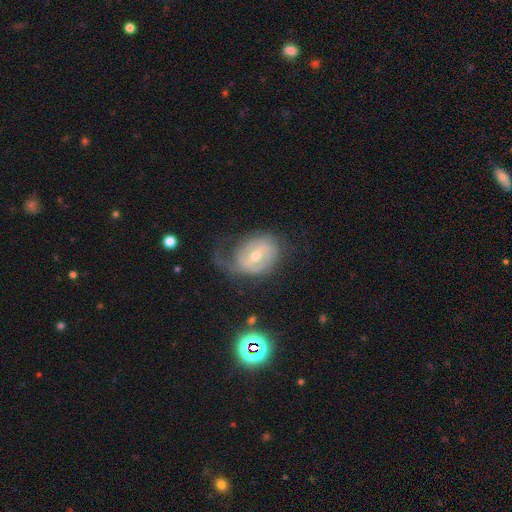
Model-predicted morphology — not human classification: Smooth or featured? featured or disk (72%)
Edge-on disk? no (96%)
Bar? weak (50%)
Spiral arms? yes (79%)
Spiral winding? tight (41%)
Spiral arm count? 2 (44%)
Bulge size? moderate (55%)
Merging? none (40%)